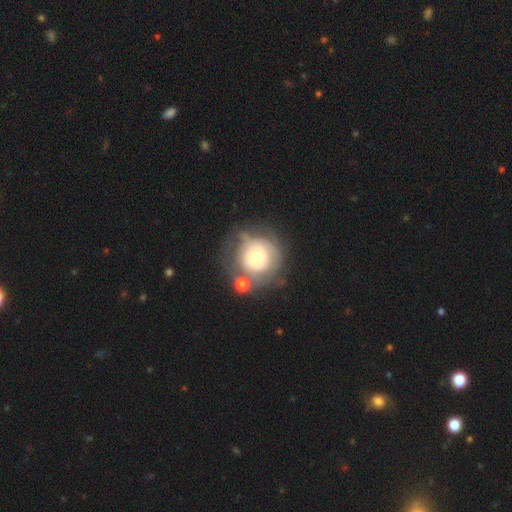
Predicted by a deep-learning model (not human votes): This is possibly a featured or disk galaxy (50%). Merging: possibly none (58%).